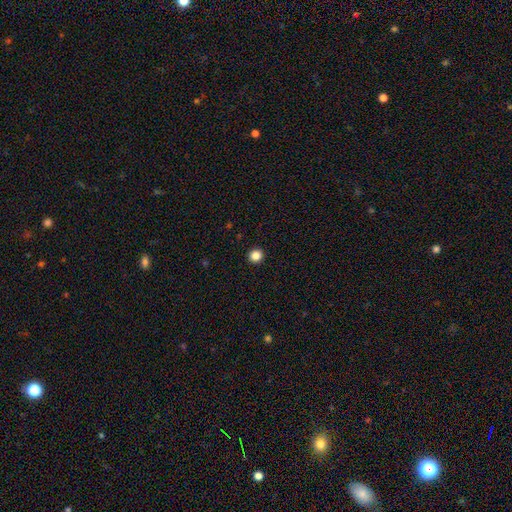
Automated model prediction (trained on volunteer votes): smooth-or-featured: smooth: 85% | star or artifact: 11% | featured or disk: 4%
  how-rounded: round: 91% | in between: 8% | cigar-shaped: 1%
  merging: none: 94% | minor disturbance: 4% | major disturbance: 1% | merger: 1%